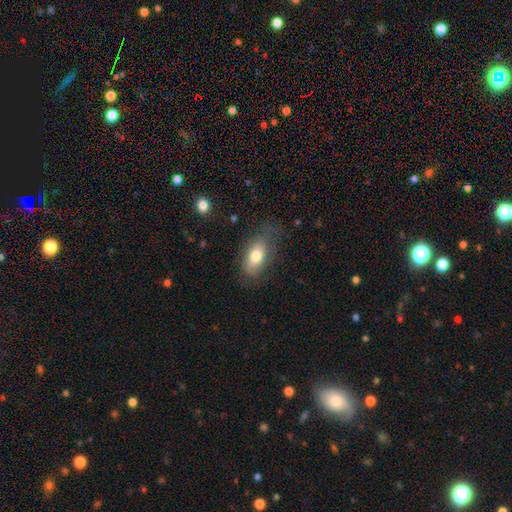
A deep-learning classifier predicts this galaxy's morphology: Overall: smooth (74%). How rounded: in between (90%). Merging: none (60%; minor disturbance 25%).